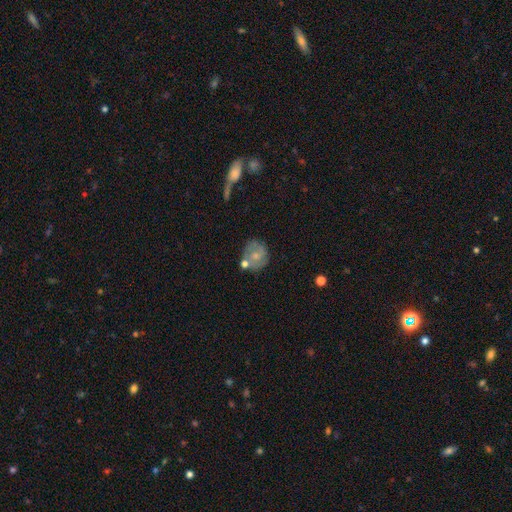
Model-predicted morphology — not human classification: A smooth galaxy with no disk features (52%) that is round (79%). Merging: none (57%).